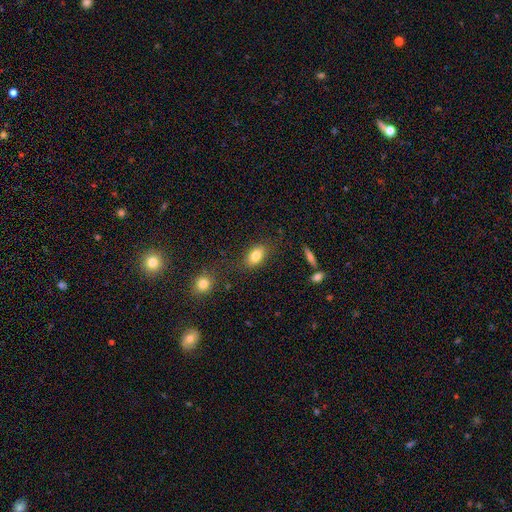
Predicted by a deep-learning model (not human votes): smooth-or-featured: smooth: 82% | featured or disk: 9% | star or artifact: 9%
  how-rounded: in between: 86% | round: 11% | cigar-shaped: 3%
  merging: none: 79% | minor disturbance: 13% | merger: 4% | major disturbance: 4%